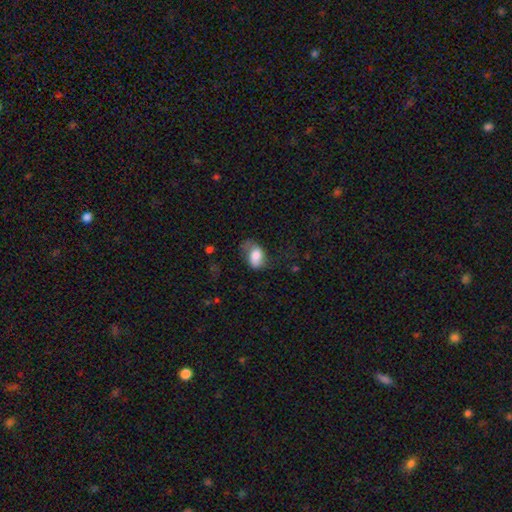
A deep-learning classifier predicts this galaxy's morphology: The model was most divided on "merging": none: 45%, minor disturbance: 31%, major disturbance: 22%, merger: 2%. More confident: how rounded — in between (85%); smooth or featured — smooth (73%).